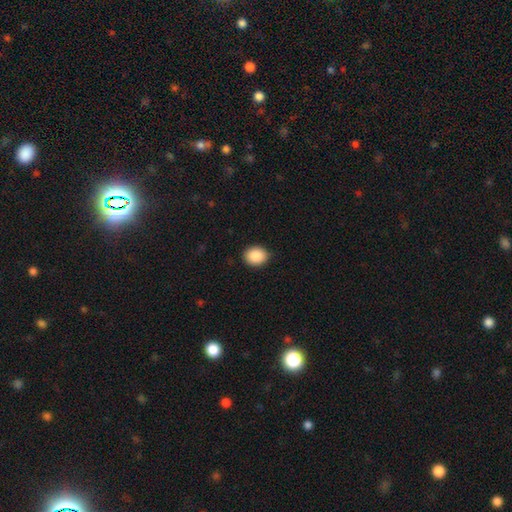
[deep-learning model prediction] This appears to be a smooth galaxy with no disk features (89%) that is round (58%). Merging: none (87%).